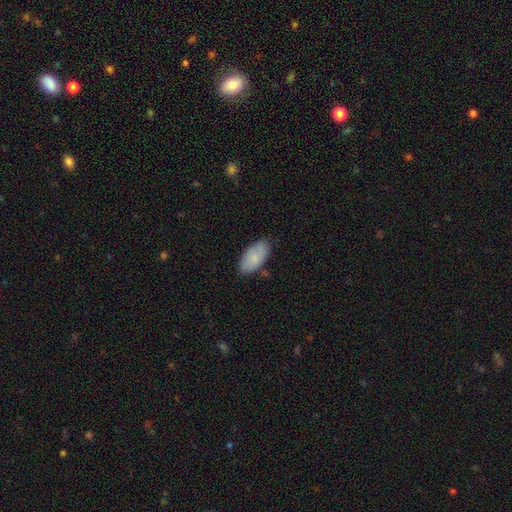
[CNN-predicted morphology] Smooth or featured? smooth (82%)
How rounded? in between (94%)
Merging? none (78%)